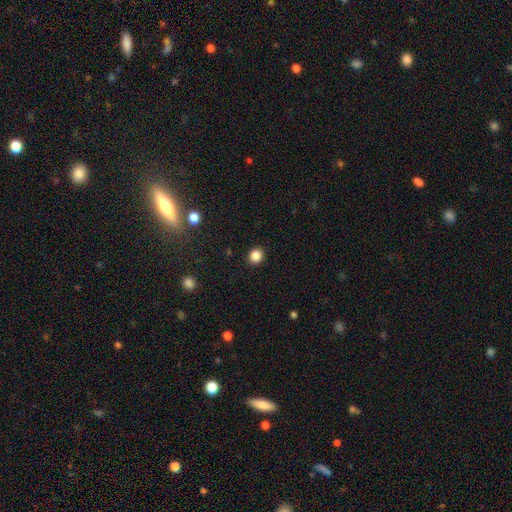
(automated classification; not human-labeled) Smooth or featured: smooth — 86% (star or artifact — 11%)
How rounded: round — 82% (in between — 17%)
Merging: none — 92% (minor disturbance — 5%)